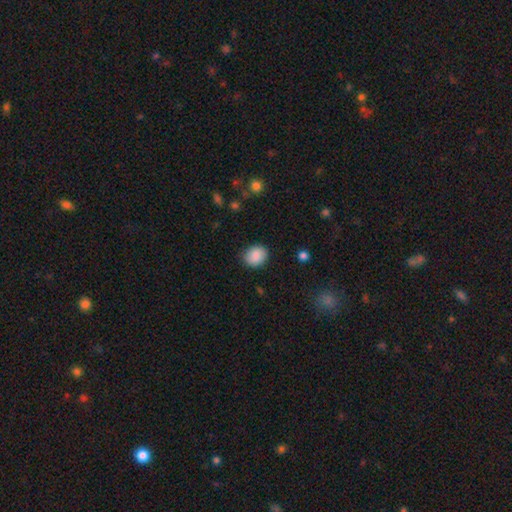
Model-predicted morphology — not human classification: Q: Smooth or featured?
A: smooth (87%); runner-up: star or artifact (7%)
Q: How rounded?
A: round (61%); runner-up: in between (38%)
Q: Merging?
A: none (85%); runner-up: minor disturbance (12%)